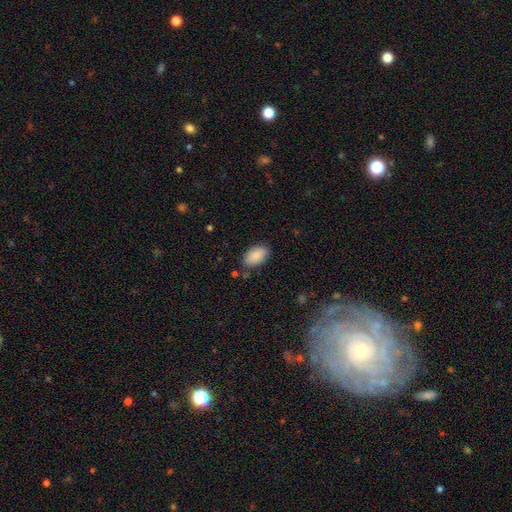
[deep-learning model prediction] Morphology: type=smooth (89%); roundness=in between (94%); merging=none (82%).